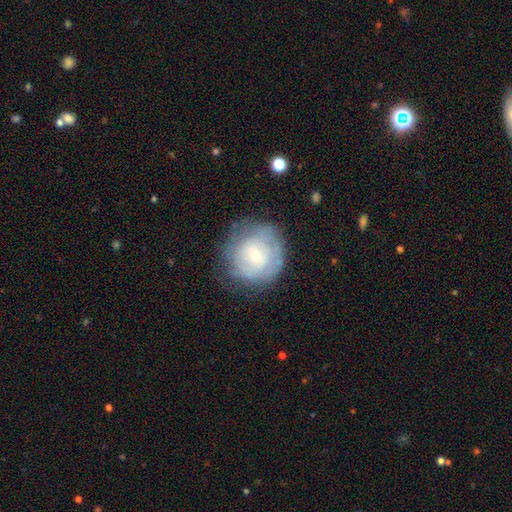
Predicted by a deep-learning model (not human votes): Morphology: type=featured or disk (49%); merging=none (70%).